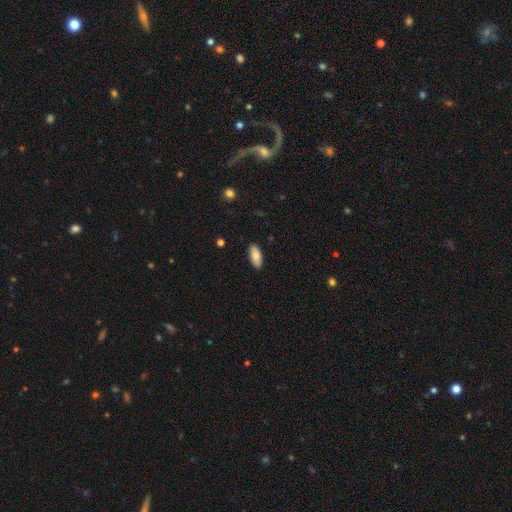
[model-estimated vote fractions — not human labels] Smooth or featured?
  - smooth: 82% *
  - featured or disk: 11%
  - star or artifact: 6%
How rounded?
  - in between: 87% *
  - cigar-shaped: 11%
  - round: 2%
Merging?
  - none: 88% *
  - minor disturbance: 9%
  - major disturbance: 2%
  - merger: 1%